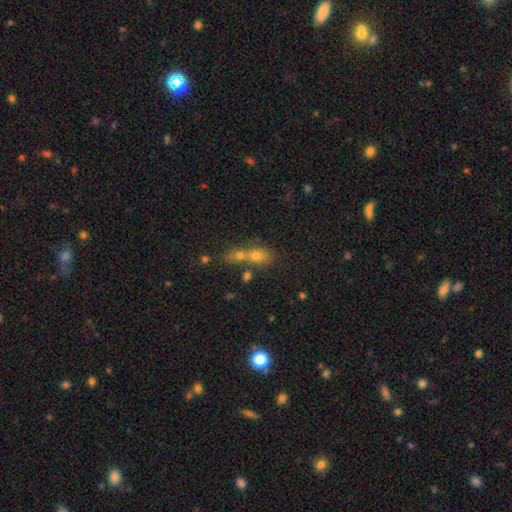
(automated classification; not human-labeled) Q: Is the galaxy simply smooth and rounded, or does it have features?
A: smooth — 61%.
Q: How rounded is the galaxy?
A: in between — 58%.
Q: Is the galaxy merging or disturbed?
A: merger — 53%.